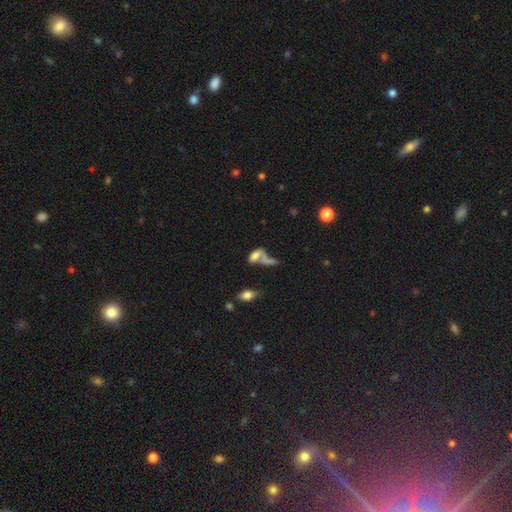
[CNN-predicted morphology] smooth 61%, featured or disk 25%, star or artifact 14%. Down the decision tree: how rounded — in between (76%); merging — merger (50%).